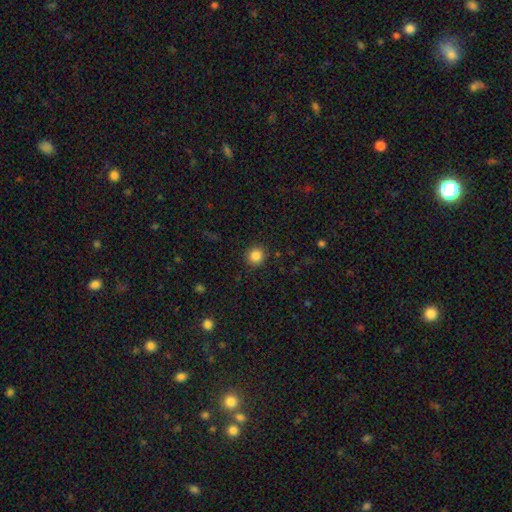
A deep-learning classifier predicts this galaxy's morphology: Smooth or featured: smooth — 85% (star or artifact — 11%)
How rounded: round — 92% (in between — 7%)
Merging: none — 91% (minor disturbance — 6%)